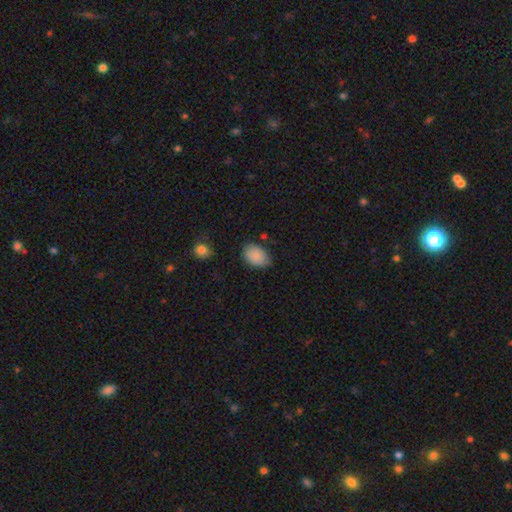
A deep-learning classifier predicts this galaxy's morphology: smooth-or-featured: smooth: 87% | star or artifact: 7% | featured or disk: 5%
  how-rounded: in between: 81% | round: 18% | cigar-shaped: 1%
  merging: none: 73% | minor disturbance: 21% | major disturbance: 4% | merger: 2%